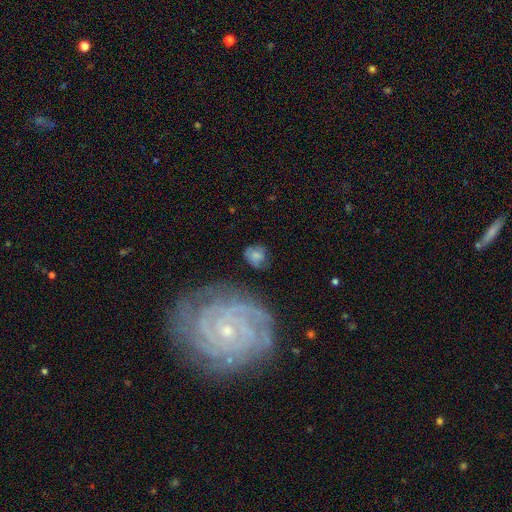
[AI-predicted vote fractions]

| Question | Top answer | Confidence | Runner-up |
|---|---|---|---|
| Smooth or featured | smooth | 61% | featured or disk (28%) |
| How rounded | round | 61% | in between (38%) |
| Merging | none | 56% | minor disturbance (24%) |